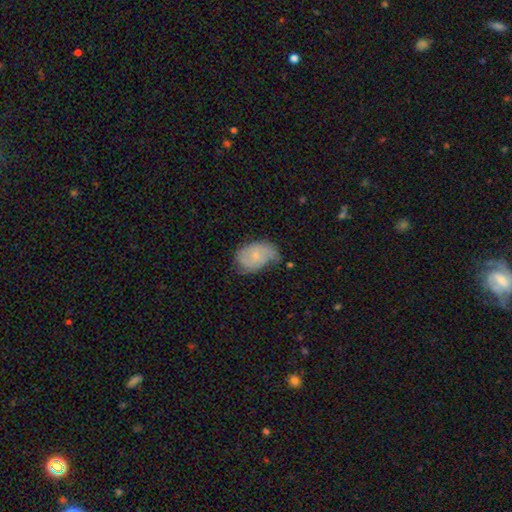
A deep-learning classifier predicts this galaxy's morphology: Smooth or featured?
  - featured or disk: 47% *
  - smooth: 45%
  - star or artifact: 7%
Merging?
  - minor disturbance: 40% *
  - none: 38%
  - major disturbance: 19%
  - merger: 3%